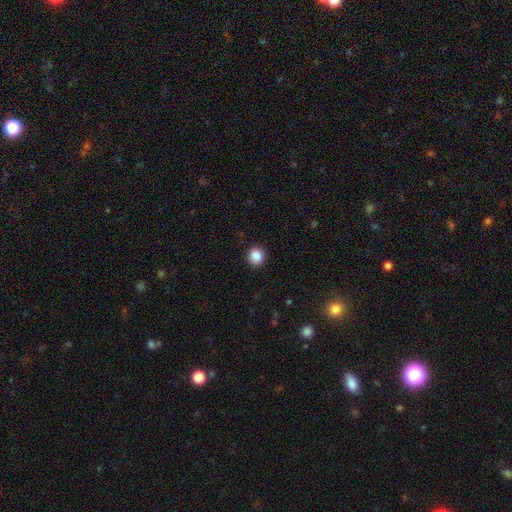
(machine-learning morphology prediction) This appears to be a smooth galaxy with no disk features (87%) that is round (89%). Merging: none (92%).